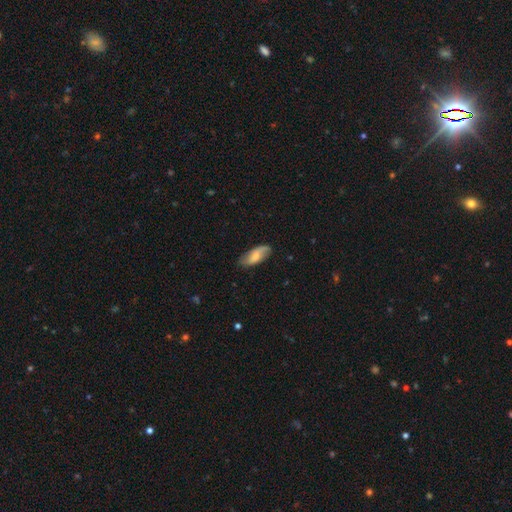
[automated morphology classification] Smooth or featured? smooth (52%)
How rounded? in between (85%)
Merging? none (75%)